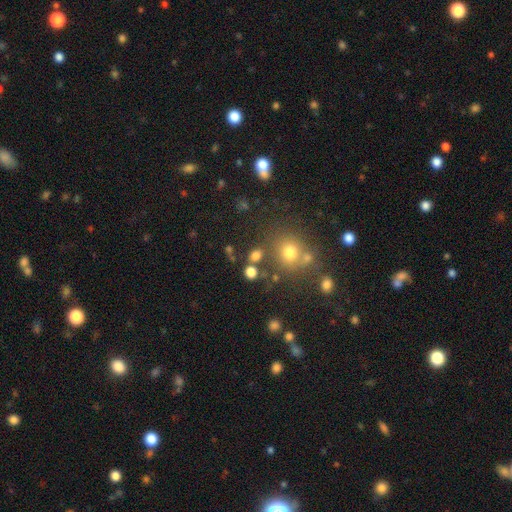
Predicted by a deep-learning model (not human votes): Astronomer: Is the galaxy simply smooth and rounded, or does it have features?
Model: smooth — 74%.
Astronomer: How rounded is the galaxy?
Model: round — 65%.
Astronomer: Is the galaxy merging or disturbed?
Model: none — 67%.